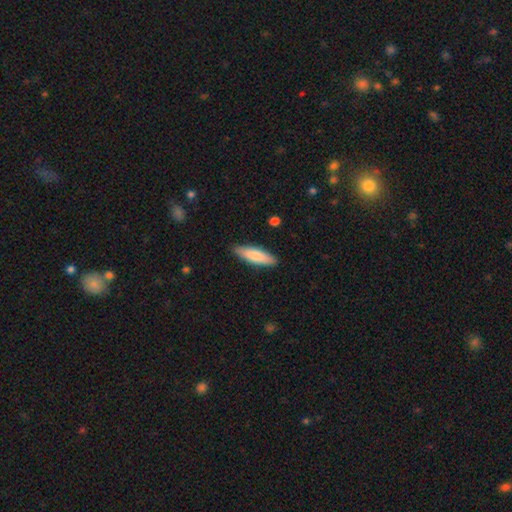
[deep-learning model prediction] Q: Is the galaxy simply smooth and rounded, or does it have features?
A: smooth — 82%.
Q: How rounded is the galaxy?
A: cigar-shaped — 58%.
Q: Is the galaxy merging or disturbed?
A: none — 87%.